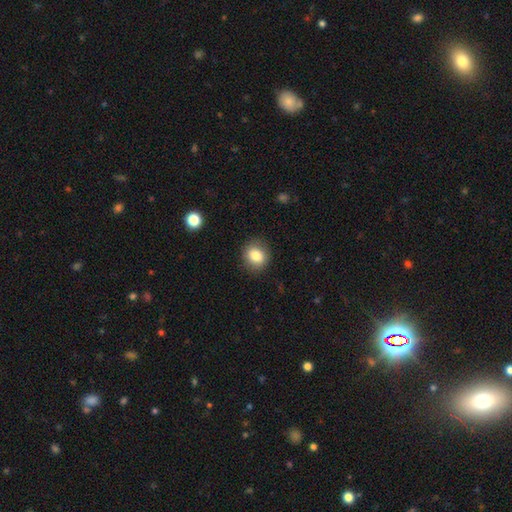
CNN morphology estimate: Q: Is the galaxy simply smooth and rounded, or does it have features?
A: smooth — 82%.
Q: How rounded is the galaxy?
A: round — 74%.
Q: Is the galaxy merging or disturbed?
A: none — 87%.